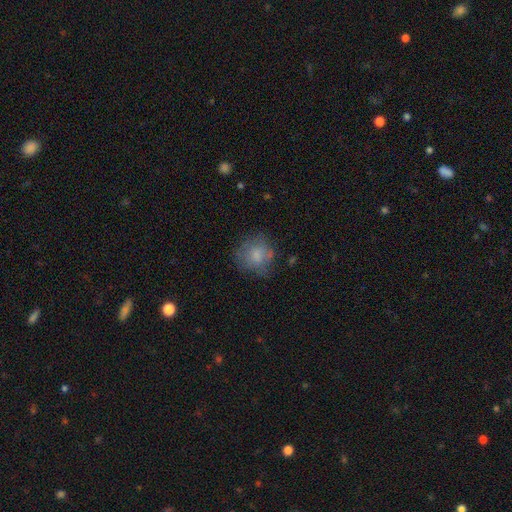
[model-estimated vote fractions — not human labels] This appears to be a smooth galaxy with no disk features (70%) that is round (85%). Merging: none (73%).